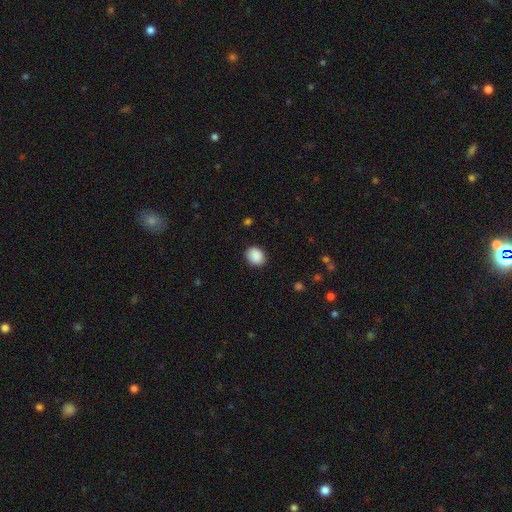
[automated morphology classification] smooth 89%, star or artifact 8%, featured or disk 3%. Down the decision tree: how rounded — round (53%); merging — none (87%).